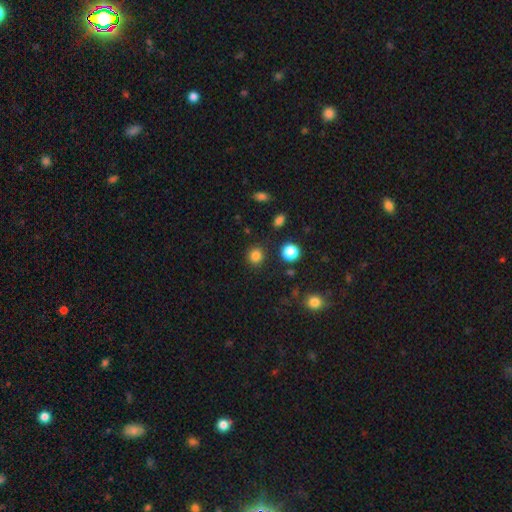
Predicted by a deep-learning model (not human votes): Overall: smooth (83%). How rounded: round (88%). Merging: none (88%).